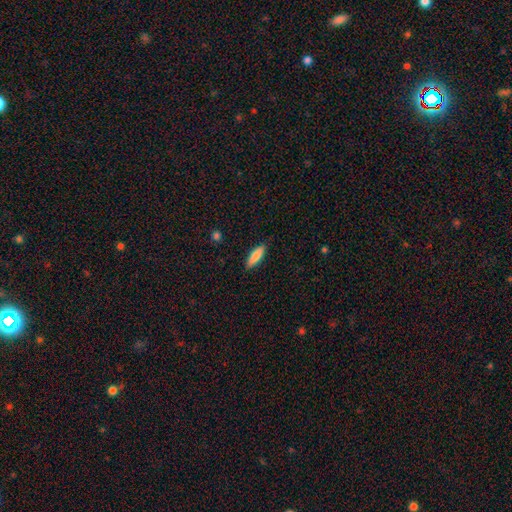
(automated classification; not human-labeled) Smooth or featured? Predicted: smooth (p=0.83). How rounded? Predicted: cigar-shaped (p=0.54). Merging? Predicted: none (p=0.88).